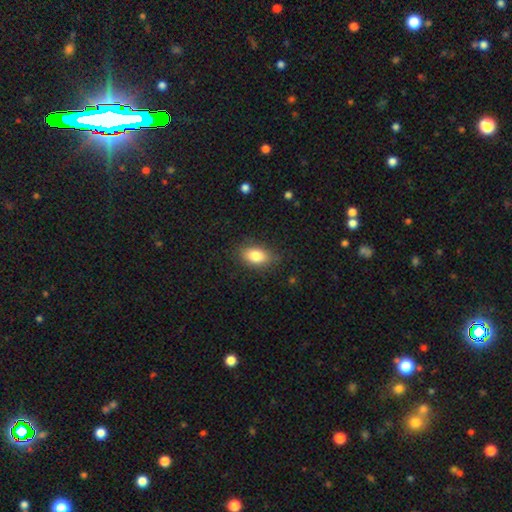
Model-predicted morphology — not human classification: smooth-or-featured: smooth: 83% | featured or disk: 9% | star or artifact: 8%
  how-rounded: in between: 88% | round: 8% | cigar-shaped: 4%
  merging: none: 82% | minor disturbance: 14% | major disturbance: 3% | merger: 1%